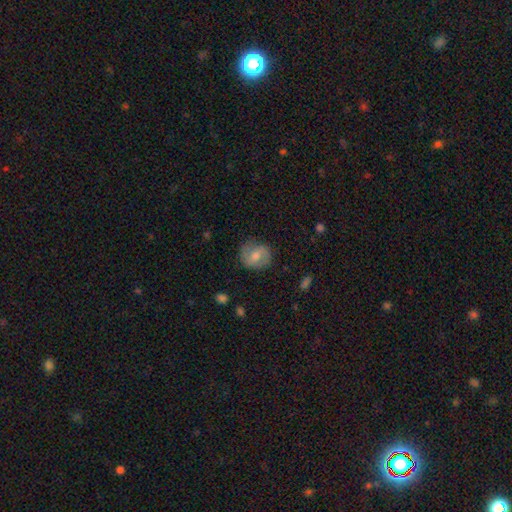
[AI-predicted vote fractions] Smooth or featured? Predicted: smooth (p=0.53). How rounded? Predicted: round (p=0.71). Merging? Predicted: none (p=0.73).